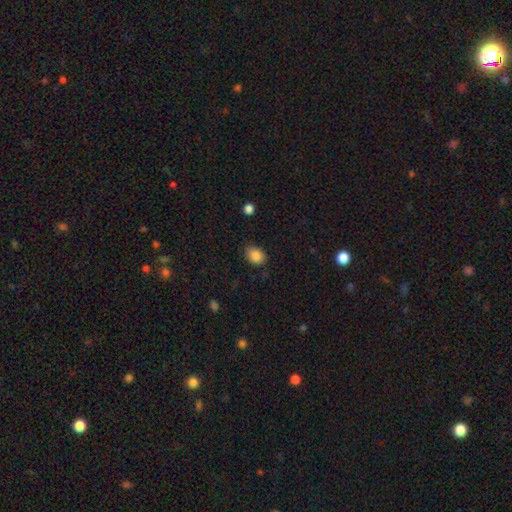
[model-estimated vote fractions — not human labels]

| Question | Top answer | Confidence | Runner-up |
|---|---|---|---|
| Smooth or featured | smooth | 86% | star or artifact (9%) |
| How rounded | in between | 59% | round (40%) |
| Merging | none | 81% | minor disturbance (15%) |